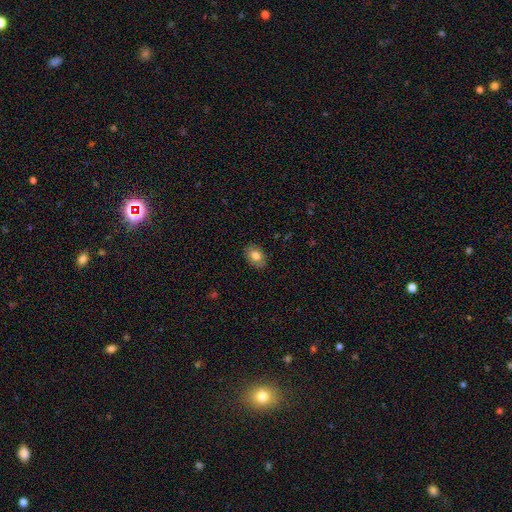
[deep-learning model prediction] Smooth or featured: smooth — 77% (featured or disk — 15%)
How rounded: in between — 78% (round — 21%)
Merging: none — 87% (minor disturbance — 10%)